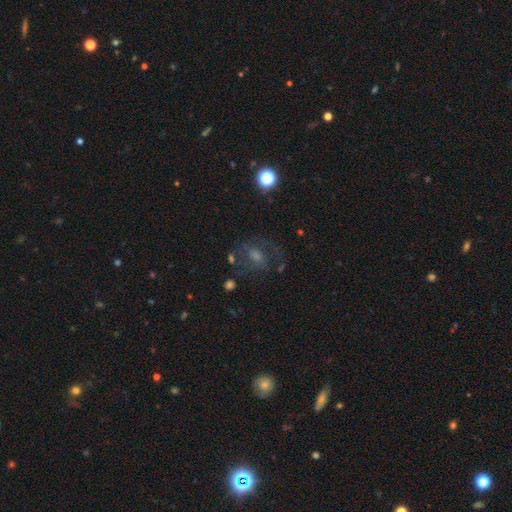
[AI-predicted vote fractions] Overall: featured or disk (49%; smooth 26%). Merging: none (63%).